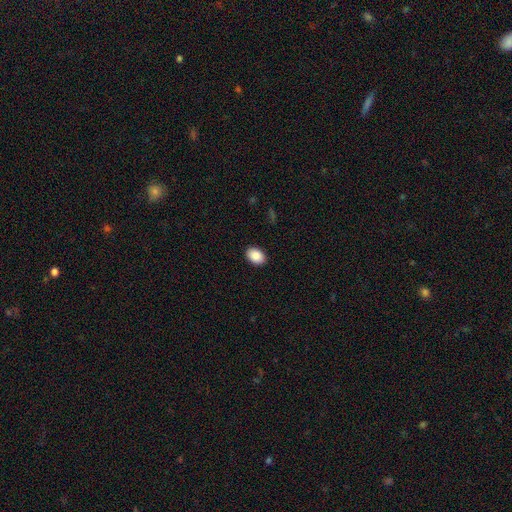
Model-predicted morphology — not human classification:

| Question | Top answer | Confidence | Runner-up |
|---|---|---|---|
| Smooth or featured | smooth | 90% | star or artifact (7%) |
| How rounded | in between | 82% | round (17%) |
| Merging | none | 90% | minor disturbance (7%) |